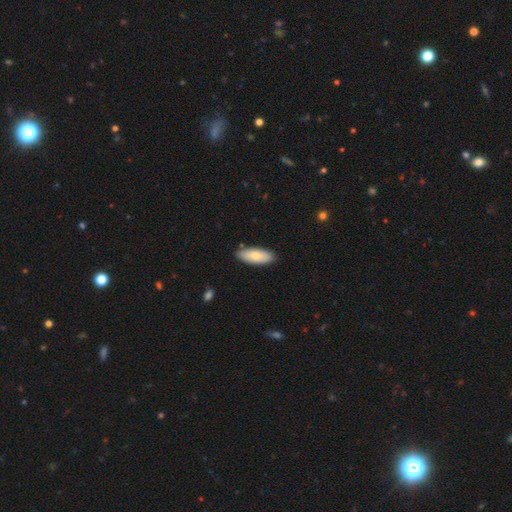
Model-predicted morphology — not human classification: The model was most divided on "smooth or featured": smooth: 76%, featured or disk: 18%, star or artifact: 6%. More confident: merging — none (87%); how rounded — in between (78%).